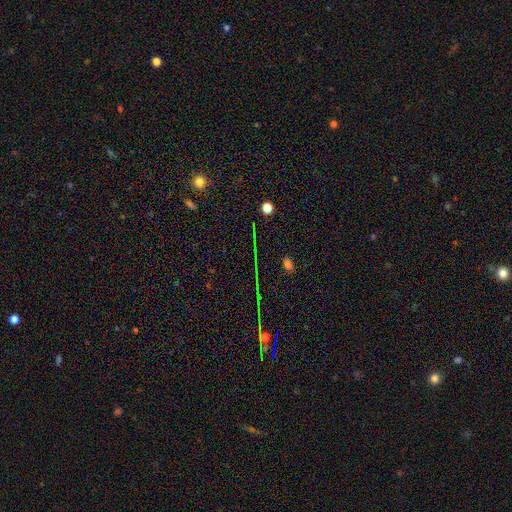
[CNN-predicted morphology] This is likely a star or artifact rather than a galaxy (69%).